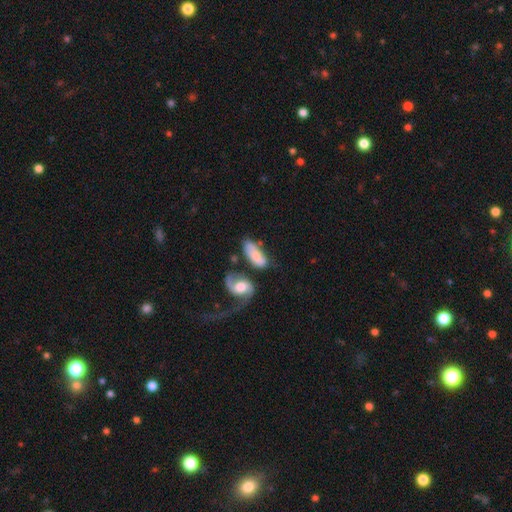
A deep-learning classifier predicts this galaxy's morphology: Overall: smooth (54%; featured or disk 40%). How rounded: in between (82%). Merging: none (35%; merger 32%).